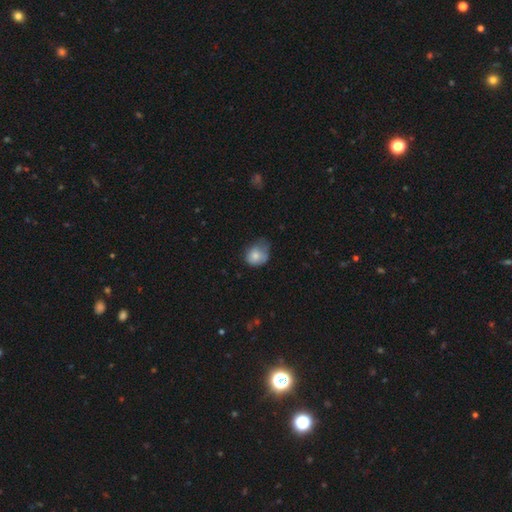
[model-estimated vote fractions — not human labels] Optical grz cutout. It shows a smooth galaxy with no disk features (77%) that is round (59%). Merging: minor disturbance (43%).